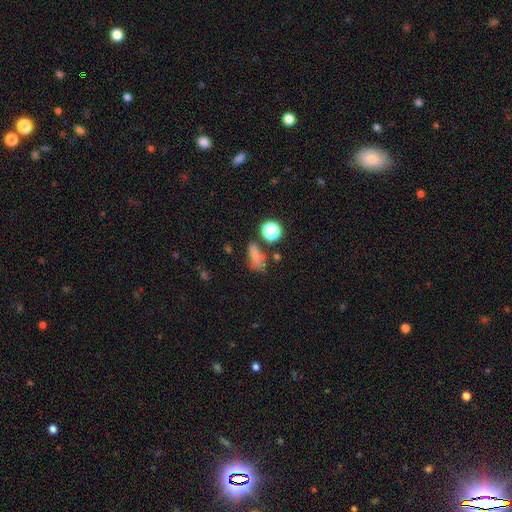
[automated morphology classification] Smooth or featured?
  - smooth: 68% *
  - star or artifact: 21%
  - featured or disk: 11%
How rounded?
  - in between: 60% *
  - round: 21%
  - cigar-shaped: 18%
Merging?
  - none: 54% *
  - minor disturbance: 21%
  - major disturbance: 13%
  - merger: 12%